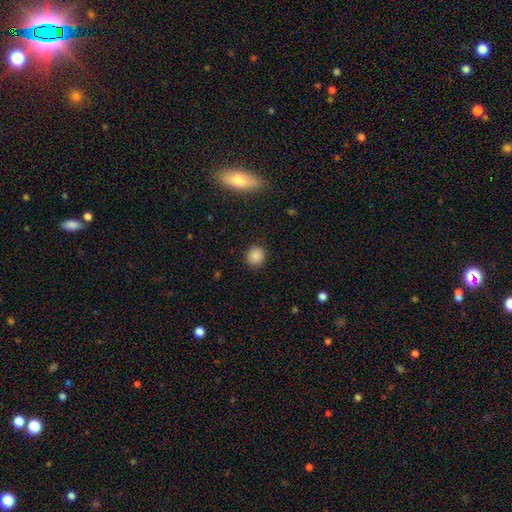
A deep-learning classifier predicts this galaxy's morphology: A smooth galaxy with no disk features (87%) that is round (88%).

Vote fractions:
- Smooth or featured? smooth: 87% / star or artifact: 10% / featured or disk: 3%
- How rounded? round: 88% / in between: 11% / cigar-shaped: 1%
- Merging? none: 90% / minor disturbance: 7% / major disturbance: 2% / merger: 1%